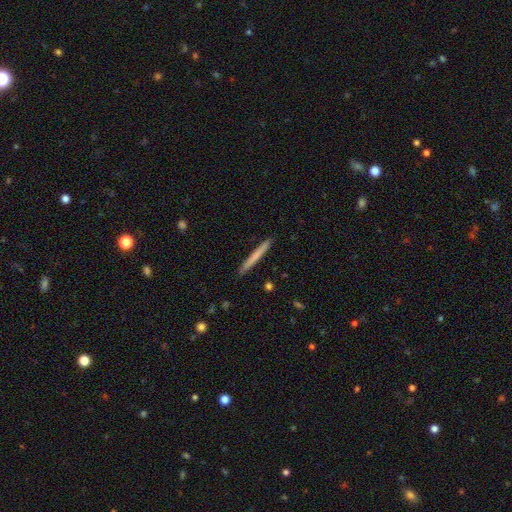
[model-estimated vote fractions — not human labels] Smooth or featured? smooth (66%)
How rounded? cigar-shaped (97%)
Merging? none (92%)